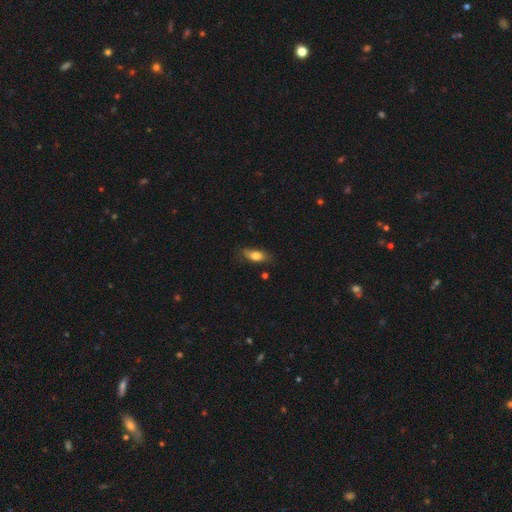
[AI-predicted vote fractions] This is likely a smooth galaxy (75%). How rounded: likely in between (76%). Merging: likely none (72%).